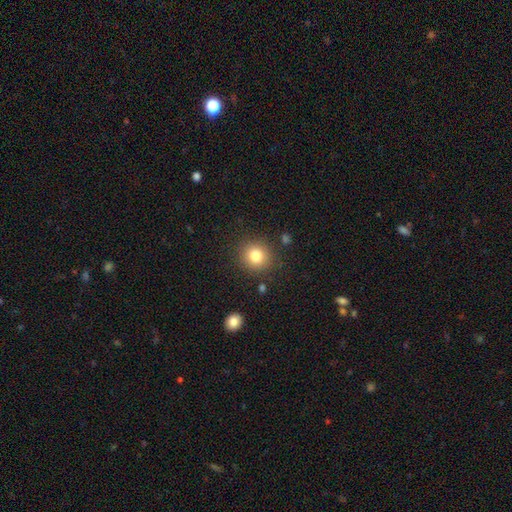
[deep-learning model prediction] This is clearly a smooth galaxy (81%). How rounded: clearly round (89%). Merging: clearly none (87%).